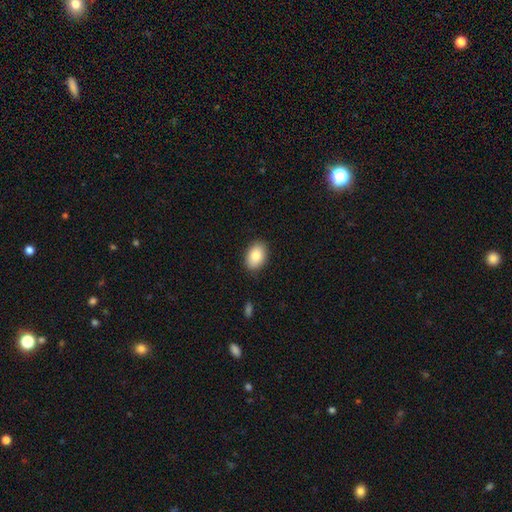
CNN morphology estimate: Smooth or featured?
  - smooth: 86% *
  - featured or disk: 7%
  - star or artifact: 7%
How rounded?
  - in between: 86% *
  - round: 13%
  - cigar-shaped: 1%
Merging?
  - none: 87% *
  - minor disturbance: 10%
  - major disturbance: 2%
  - merger: 1%